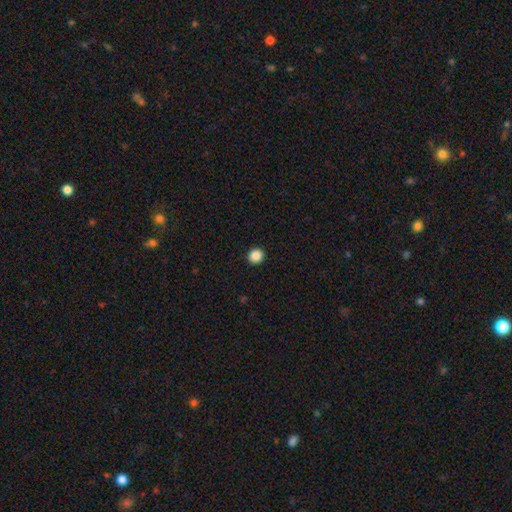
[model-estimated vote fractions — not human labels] Smooth or featured? Predicted: smooth (p=0.87). How rounded? Predicted: round (p=0.93). Merging? Predicted: none (p=0.93).